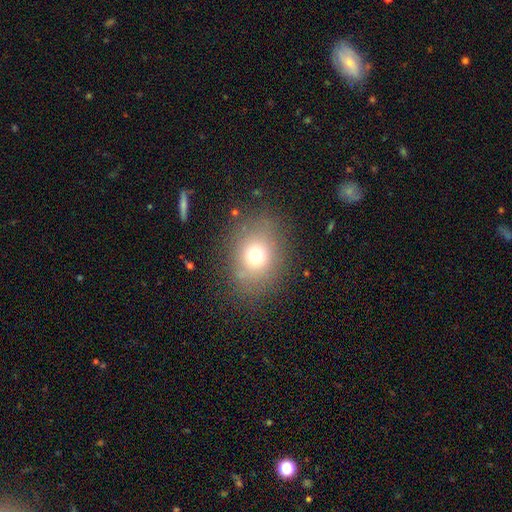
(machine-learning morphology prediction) A smooth galaxy with no disk features (70%) that is round (59%). Merging: none (81%).